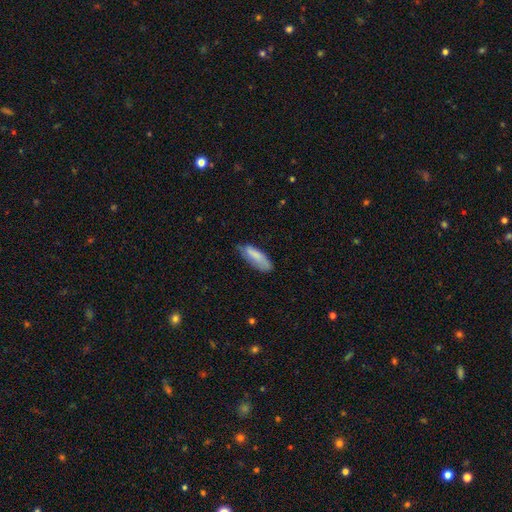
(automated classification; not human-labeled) Smooth or featured: smooth — 79% (featured or disk — 14%)
How rounded: in between — 59% (cigar-shaped — 39%)
Merging: none — 56% (minor disturbance — 34%)